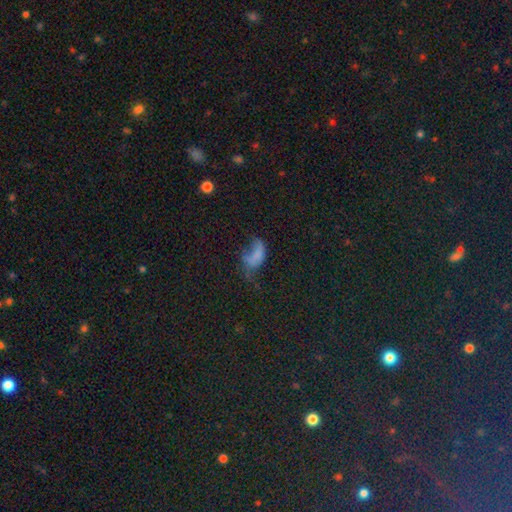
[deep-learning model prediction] This is possibly a smooth galaxy (49%). Merging: possibly major disturbance (49%).